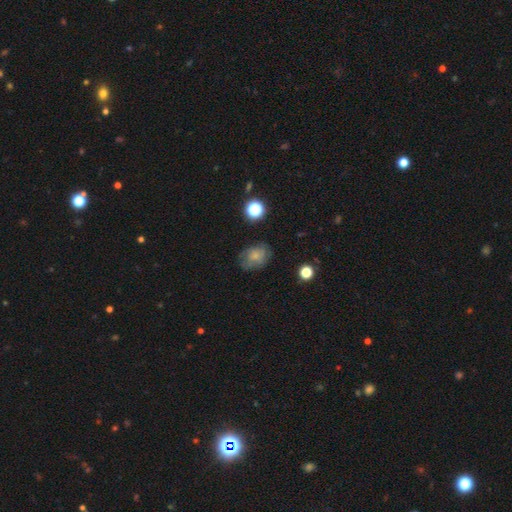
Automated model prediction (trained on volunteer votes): Smooth or featured? Predicted: smooth (p=0.51). How rounded? Predicted: in between (p=0.61). Merging? Predicted: none (p=0.67).